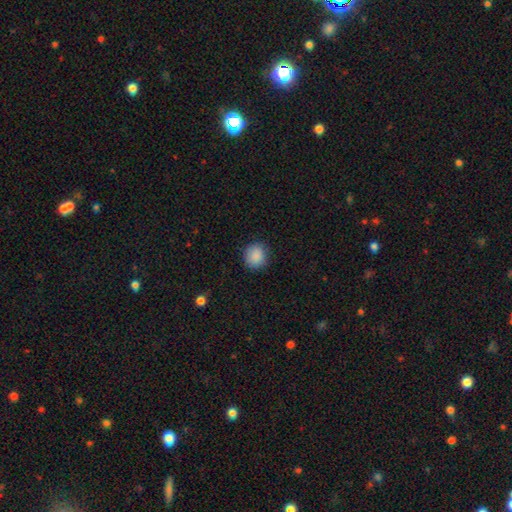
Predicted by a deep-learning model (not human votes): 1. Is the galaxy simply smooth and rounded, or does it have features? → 88% smooth, 9% star or artifact, 3% featured or disk.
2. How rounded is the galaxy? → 83% round, 16% in between, 1% cigar-shaped.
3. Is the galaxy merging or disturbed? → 86% none, 10% minor disturbance, 3% major disturbance, 1% merger.